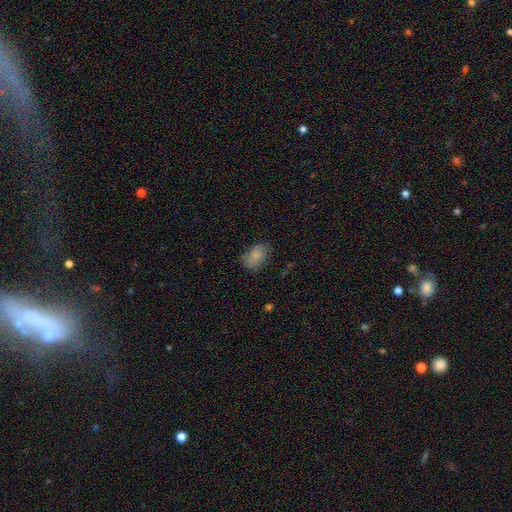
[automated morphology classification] Smooth or featured?
  - smooth: 75% *
  - featured or disk: 17%
  - star or artifact: 8%
How rounded?
  - in between: 80% *
  - round: 19%
  - cigar-shaped: 1%
Merging?
  - none: 68% *
  - minor disturbance: 23%
  - major disturbance: 7%
  - merger: 2%